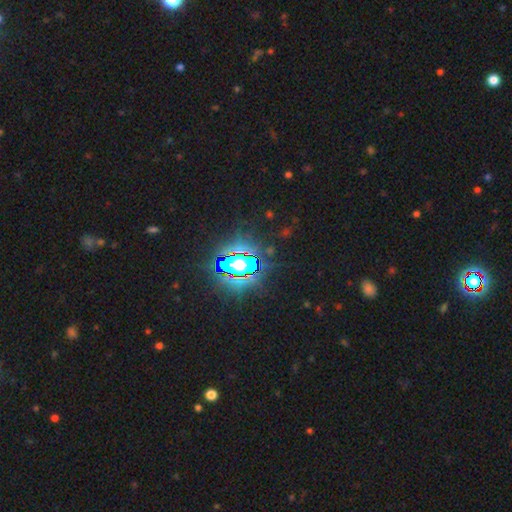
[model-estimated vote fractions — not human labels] Smooth or featured: star or artifact — 83% (smooth — 10%)